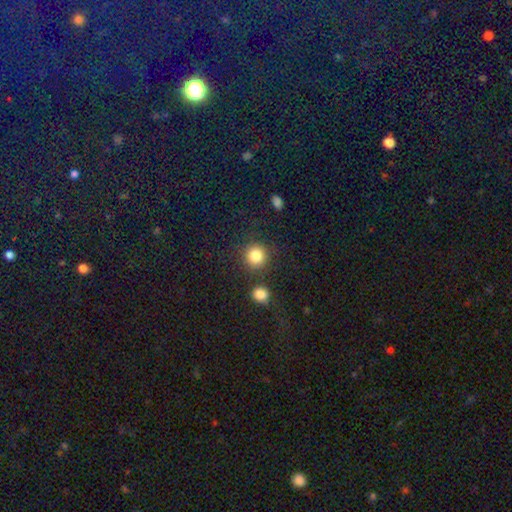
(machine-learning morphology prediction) smooth 84%, star or artifact 10%, featured or disk 6%. Down the decision tree: how rounded — round (92%); merging — none (81%).